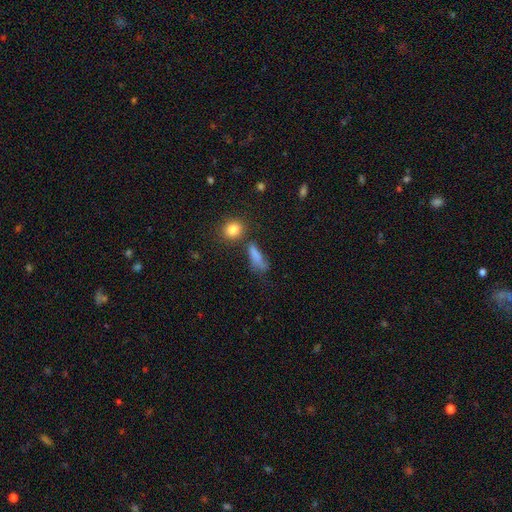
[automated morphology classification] Smooth or featured: smooth — 75% (star or artifact — 14%)
How rounded: in between — 49% (cigar-shaped — 38%)
Merging: none — 45% (minor disturbance — 23%)